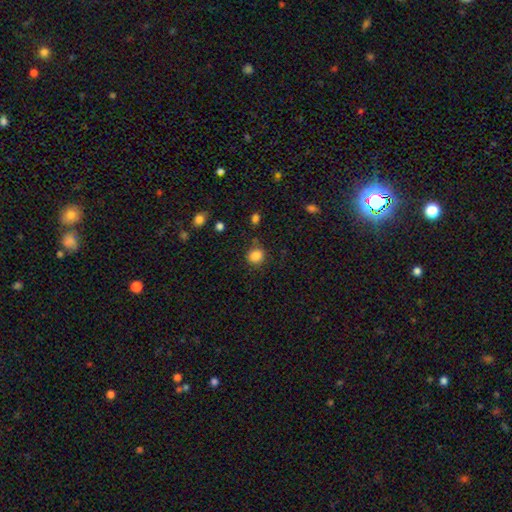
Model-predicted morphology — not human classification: Overall: smooth (85%). How rounded: round (76%). Merging: none (76%).